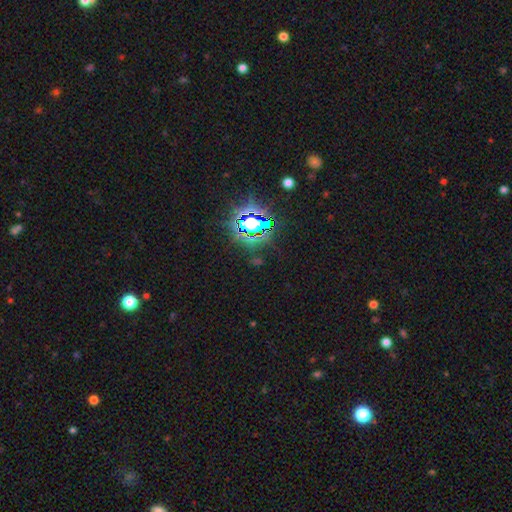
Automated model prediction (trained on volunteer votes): Smooth or featured?
  - star or artifact: 80% *
  - smooth: 13%
  - featured or disk: 8%